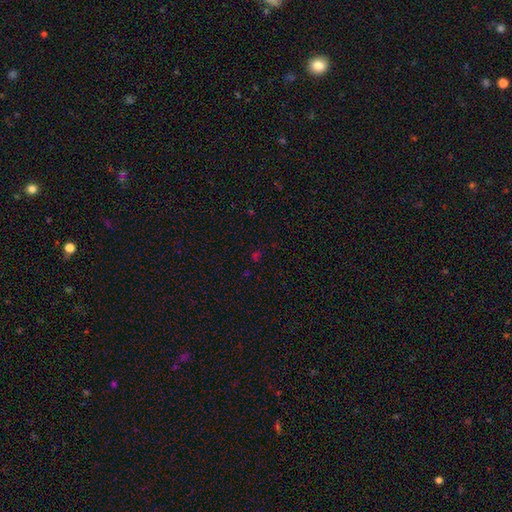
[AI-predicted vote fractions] Smooth or featured?
  - star or artifact: 52% *
  - smooth: 41%
  - featured or disk: 7%